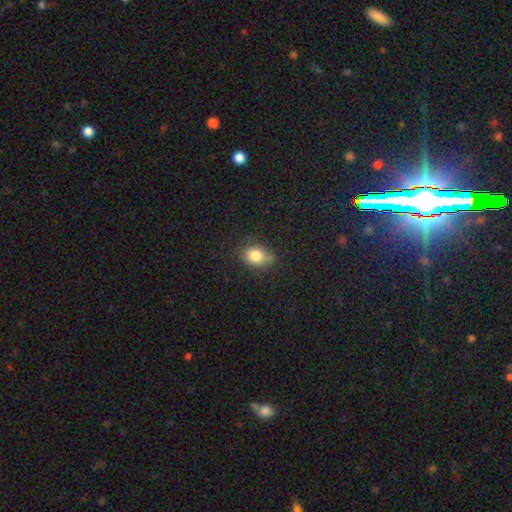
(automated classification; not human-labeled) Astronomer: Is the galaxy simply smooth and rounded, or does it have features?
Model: smooth — 81%.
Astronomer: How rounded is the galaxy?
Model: in between — 66%.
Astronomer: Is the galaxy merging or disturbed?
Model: none — 67%.